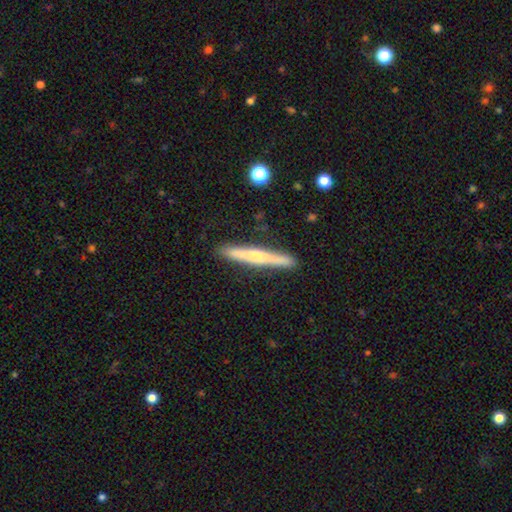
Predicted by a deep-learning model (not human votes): Smooth or featured?
  - smooth: 47% *
  - featured or disk: 46%
  - star or artifact: 6%
Merging?
  - none: 89% *
  - minor disturbance: 8%
  - major disturbance: 2%
  - merger: 2%